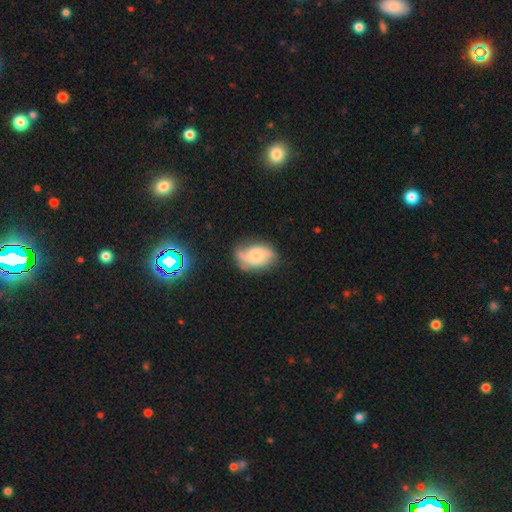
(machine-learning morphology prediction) Smooth or featured? featured or disk (72%)
Edge-on disk? no (97%)
Bar? no (63%)
Spiral arms? yes (94%)
Spiral winding? medium (44%)
Spiral arm count? 2 (77%)
Bulge size? moderate (48%)
Merging? none (65%)